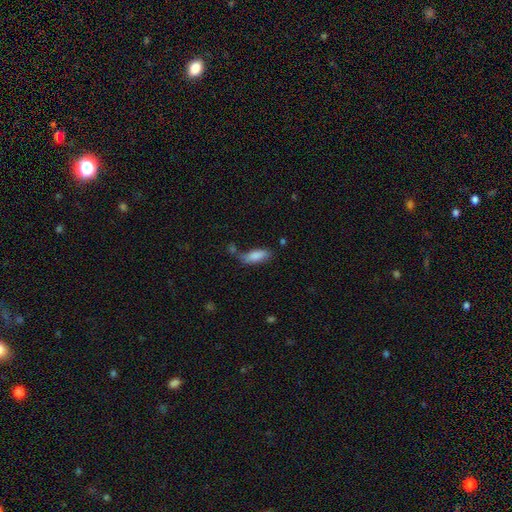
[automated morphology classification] Smooth or featured? smooth (84%)
How rounded? in between (72%)
Merging? none (58%)